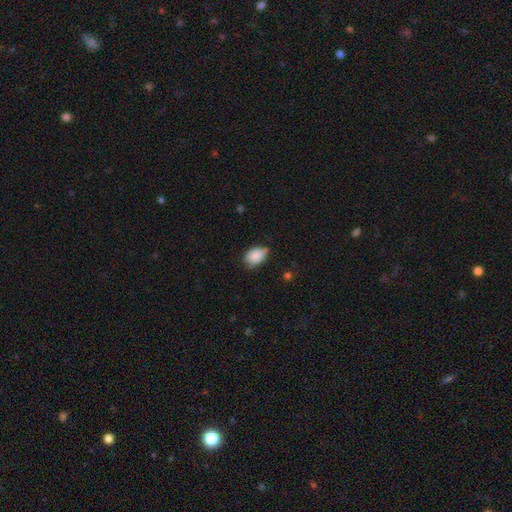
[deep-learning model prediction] Morphology: type=smooth (87%); roundness=in between (84%); merging=none (61%).